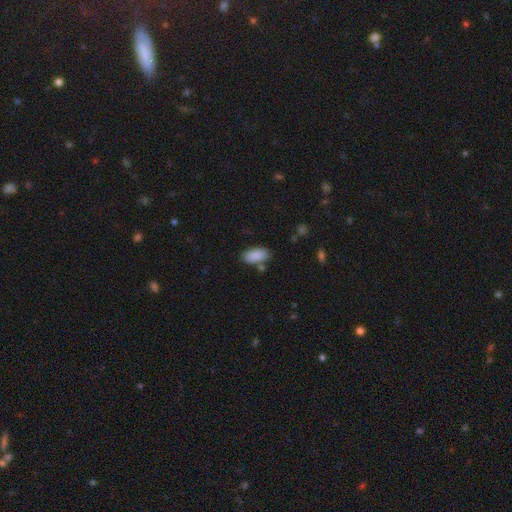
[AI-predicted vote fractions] Morphology: type=smooth (89%); roundness=in between (93%); merging=none (77%).